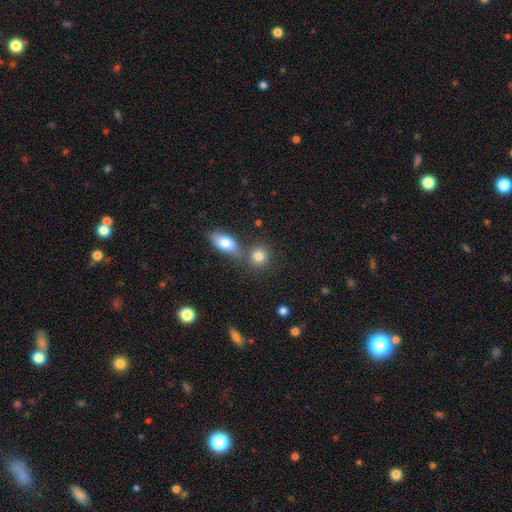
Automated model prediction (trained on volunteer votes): A smooth galaxy with no disk features (75%) that is round (65%).

Vote fractions:
- Smooth or featured? smooth: 75% / star or artifact: 14% / featured or disk: 11%
- How rounded? round: 65% / in between: 30% / cigar-shaped: 5%
- Merging? none: 61% / merger: 27% / minor disturbance: 9% / major disturbance: 3%